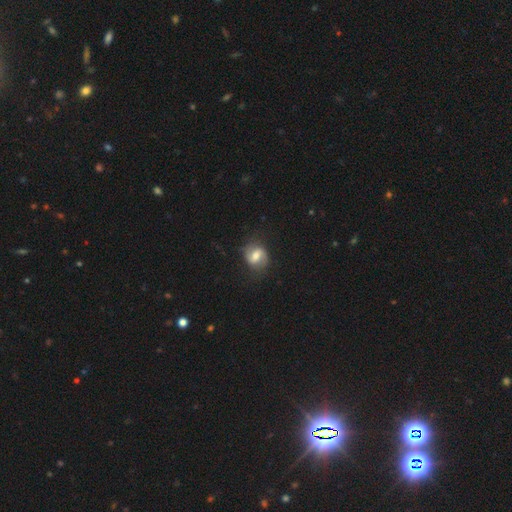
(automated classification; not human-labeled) Morphology: type=featured or disk (53%); edge-on=no (96%); bar=weak (49%); spiral arms=yes (82%); bulge=moderate (58%); merging=none (73%).